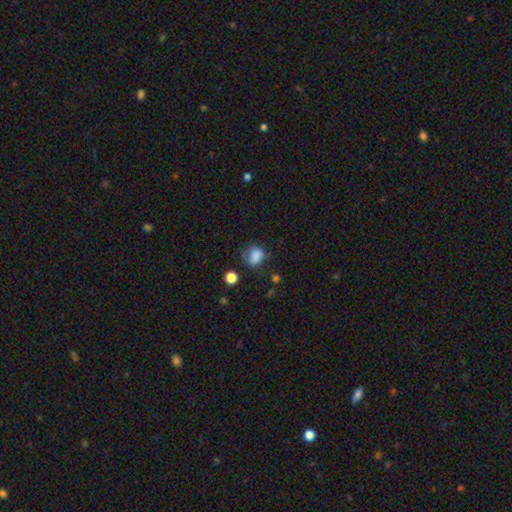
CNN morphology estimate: Smooth or featured?
  - smooth: 80% *
  - star or artifact: 11%
  - featured or disk: 8%
How rounded?
  - in between: 54% *
  - round: 45%
  - cigar-shaped: 1%
Merging?
  - none: 48% *
  - minor disturbance: 31%
  - major disturbance: 16%
  - merger: 5%